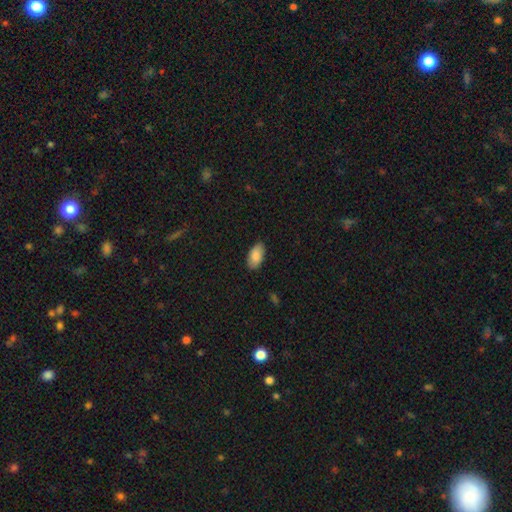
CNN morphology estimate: smooth_or_featured: smooth (p=0.88) [alt: star or artifact p=0.06]
how_rounded: in between (p=0.94) [alt: cigar-shaped p=0.03]
merging: none (p=0.86) [alt: minor disturbance p=0.10]